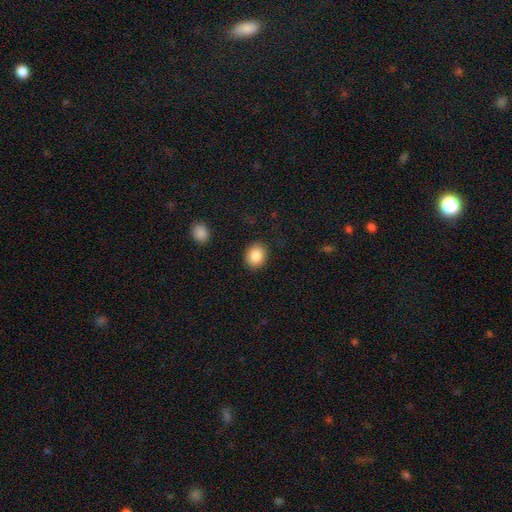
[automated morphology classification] Q: Smooth or featured?
A: smooth (87%); runner-up: star or artifact (8%)
Q: How rounded?
A: round (60%); runner-up: in between (39%)
Q: Merging?
A: none (89%); runner-up: minor disturbance (8%)